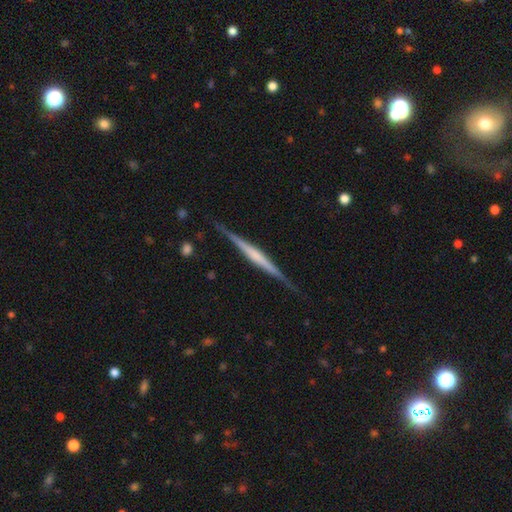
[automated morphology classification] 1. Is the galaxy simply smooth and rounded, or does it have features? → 76% featured or disk, 19% smooth, 5% star or artifact.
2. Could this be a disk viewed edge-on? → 98% yes, 2% no.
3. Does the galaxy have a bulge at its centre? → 38% none, 37% rounded, 25% boxy.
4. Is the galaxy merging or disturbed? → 87% none, 9% minor disturbance, 2% major disturbance, 1% merger.